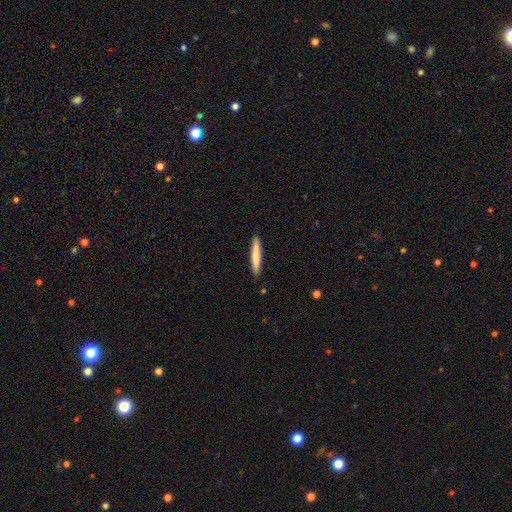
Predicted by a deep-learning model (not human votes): Smooth or featured? smooth (78%)
How rounded? cigar-shaped (94%)
Merging? none (90%)